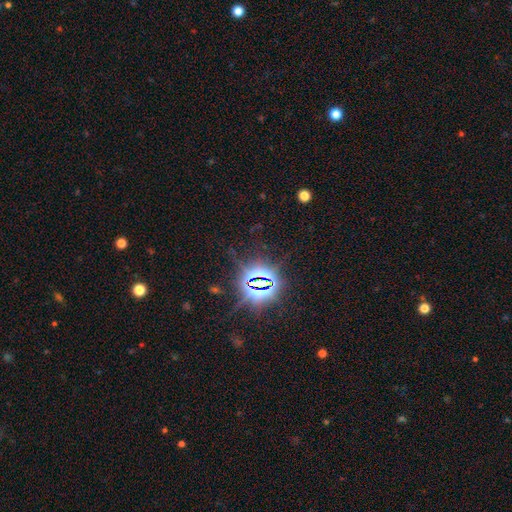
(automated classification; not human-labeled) Smooth or featured: star or artifact — 85% (smooth — 9%)